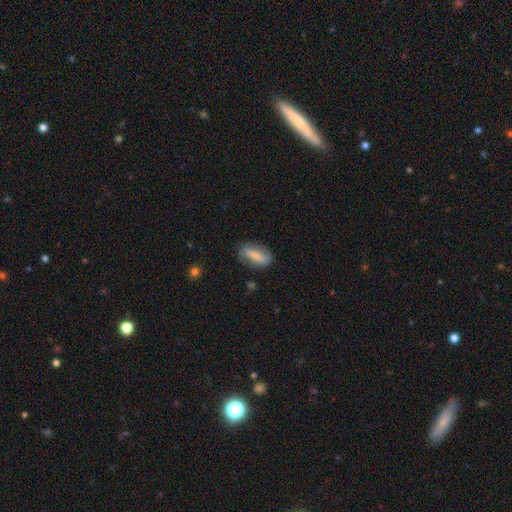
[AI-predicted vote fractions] Smooth or featured? Predicted: featured or disk (p=0.53). Edge-on disk? Predicted: no (p=0.85). Merging? Predicted: none (p=0.78).